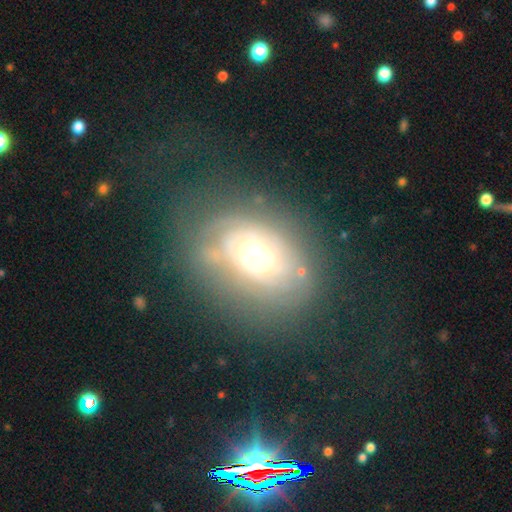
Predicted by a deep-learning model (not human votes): smooth_or_featured: featured or disk (p=0.53) [alt: smooth p=0.33]
disk_edge_on: no (p=0.93) [alt: yes p=0.07]
merging: none (p=0.52) [alt: minor disturbance p=0.22]